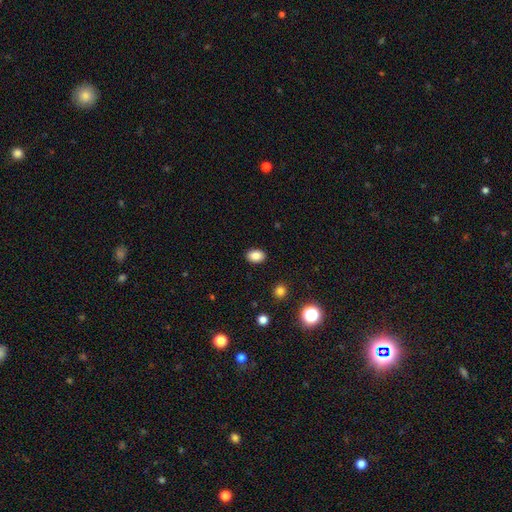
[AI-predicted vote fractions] smooth 86%, star or artifact 10%, featured or disk 5%. Down the decision tree: how rounded — in between (76%); merging — none (90%).